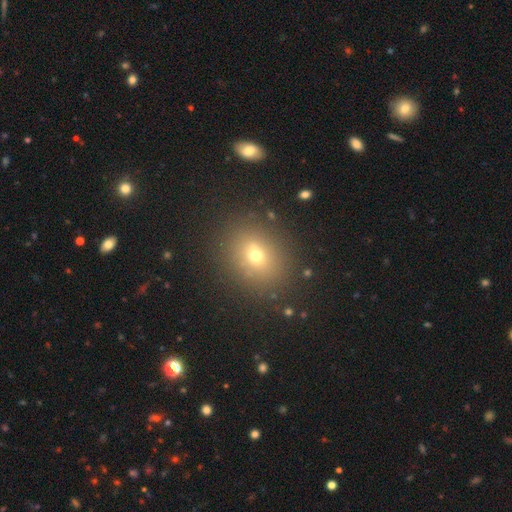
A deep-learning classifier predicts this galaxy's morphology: Smooth or featured?
  - smooth: 66% *
  - star or artifact: 20%
  - featured or disk: 14%
How rounded?
  - round: 61% *
  - in between: 38%
  - cigar-shaped: 1%
Merging?
  - none: 84% *
  - minor disturbance: 9%
  - major disturbance: 4%
  - merger: 3%